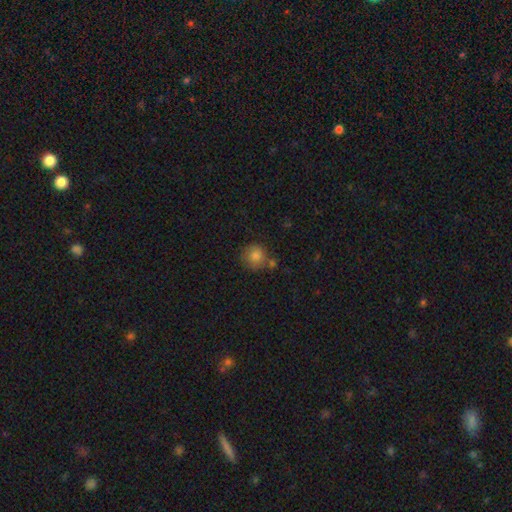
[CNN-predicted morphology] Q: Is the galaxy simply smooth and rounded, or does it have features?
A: smooth — 84%.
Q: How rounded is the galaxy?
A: round — 91%.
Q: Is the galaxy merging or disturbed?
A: none — 68%.